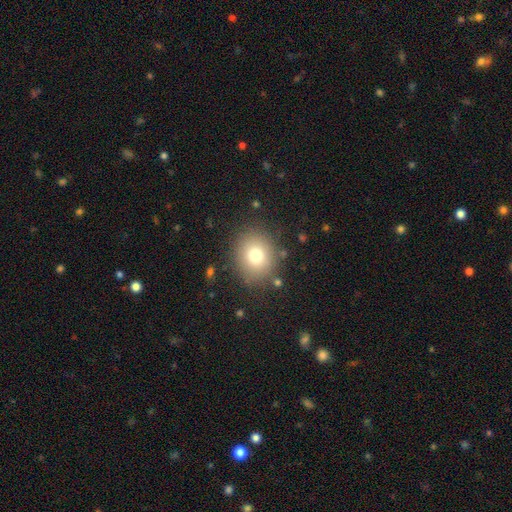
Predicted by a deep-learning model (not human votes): A smooth galaxy with no disk features (75%) that is round (71%). Merging: none (83%).